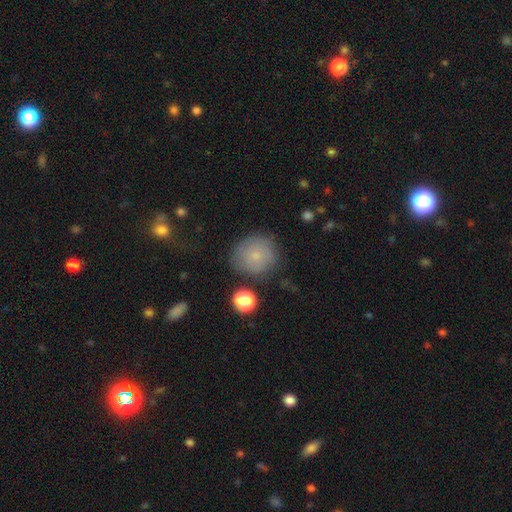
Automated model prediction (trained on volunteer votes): Morphology: type=smooth (74%); roundness=round (89%); merging=none (74%).